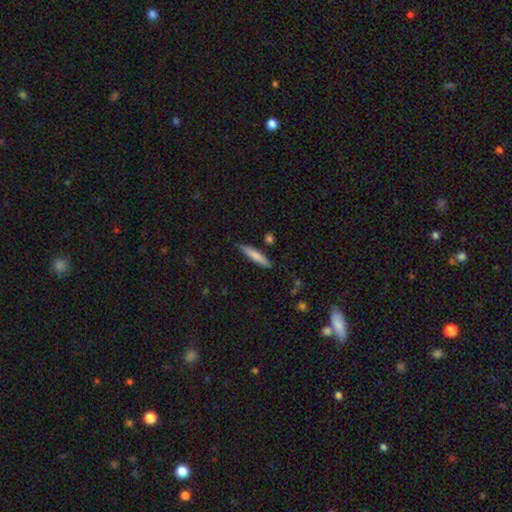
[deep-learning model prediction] A smooth galaxy with no disk features (76%) that is cigar-shaped (88%).

Vote fractions:
- Smooth or featured? smooth: 76% / featured or disk: 18% / star or artifact: 6%
- How rounded? cigar-shaped: 88% / in between: 11% / round: 1%
- Merging? none: 83% / minor disturbance: 12% / merger: 3% / major disturbance: 2%